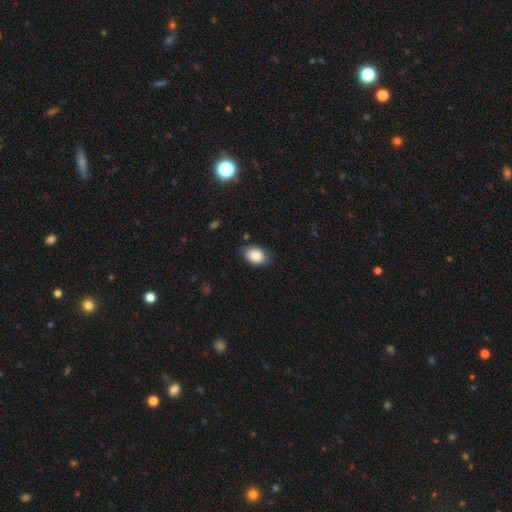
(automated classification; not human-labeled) Smooth or featured? Predicted: smooth (p=0.86). How rounded? Predicted: in between (p=0.83). Merging? Predicted: none (p=0.73).